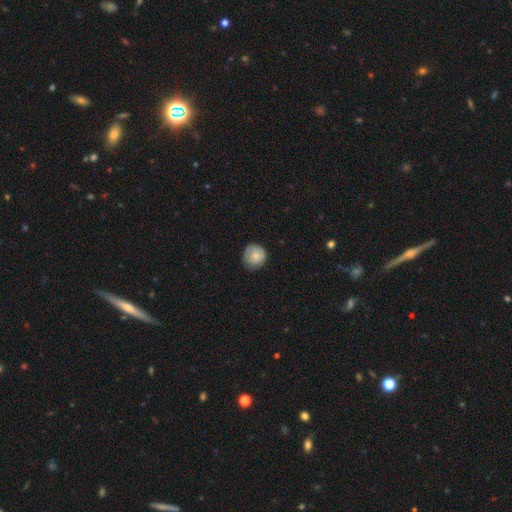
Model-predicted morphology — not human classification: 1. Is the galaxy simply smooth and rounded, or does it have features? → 78% smooth, 14% featured or disk, 7% star or artifact.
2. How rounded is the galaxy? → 91% round, 8% in between, 1% cigar-shaped.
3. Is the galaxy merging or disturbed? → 71% none, 23% minor disturbance, 5% major disturbance, 1% merger.